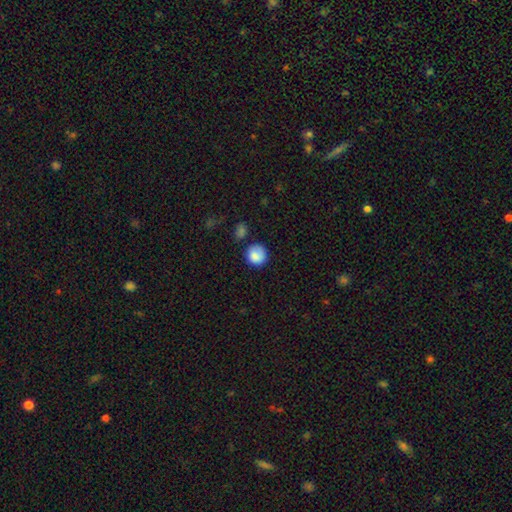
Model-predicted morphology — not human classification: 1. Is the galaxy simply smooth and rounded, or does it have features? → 86% smooth, 8% star or artifact, 7% featured or disk.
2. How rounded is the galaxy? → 88% round, 11% in between, 1% cigar-shaped.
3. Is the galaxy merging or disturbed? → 69% none, 20% minor disturbance, 6% major disturbance, 6% merger.